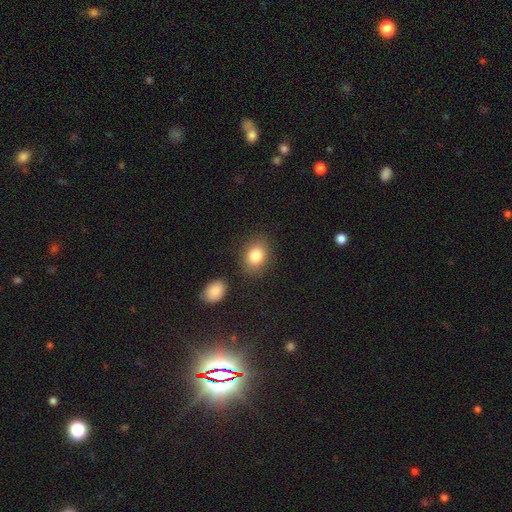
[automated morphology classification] Smooth or featured? Predicted: smooth (p=0.83). How rounded? Predicted: in between (p=0.65). Merging? Predicted: none (p=0.80).